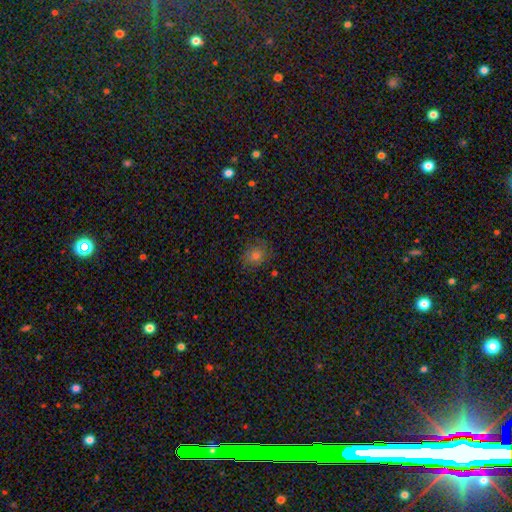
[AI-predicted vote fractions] This is likely a smooth galaxy (70%). How rounded: likely round (71%). Merging: clearly none (82%).